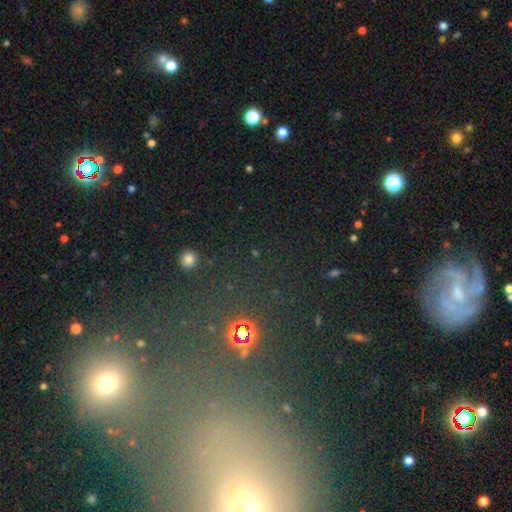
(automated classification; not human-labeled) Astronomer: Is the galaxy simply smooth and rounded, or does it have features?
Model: star or artifact — 60%.